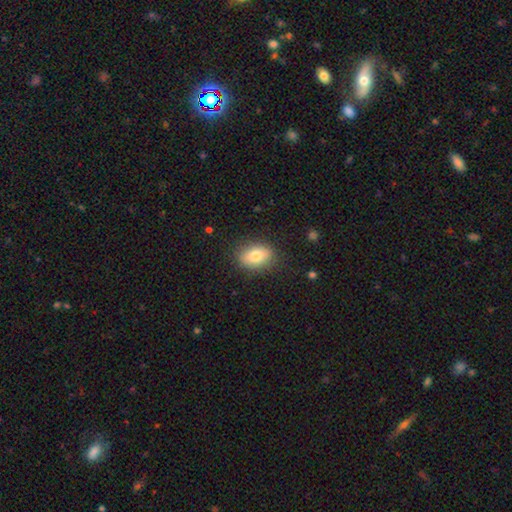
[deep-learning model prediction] A smooth galaxy with no disk features (79%) that is in between round and cigar-shaped (79%).

Vote fractions:
- Smooth or featured? smooth: 79% / featured or disk: 13% / star or artifact: 8%
- How rounded? in between: 79% / round: 18% / cigar-shaped: 2%
- Merging? none: 85% / minor disturbance: 11% / major disturbance: 3% / merger: 1%